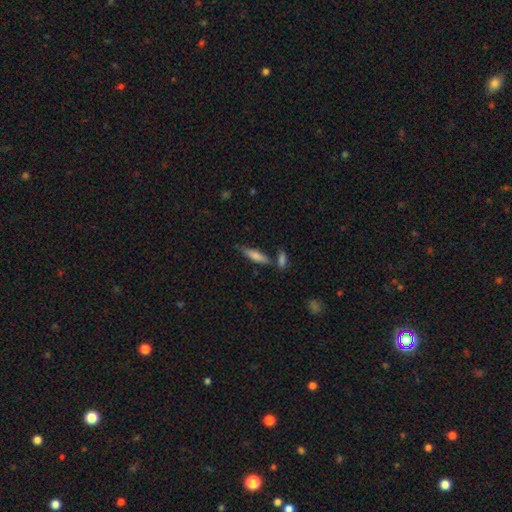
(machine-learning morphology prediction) Smooth or featured?
  - smooth: 59% *
  - featured or disk: 31%
  - star or artifact: 10%
How rounded?
  - cigar-shaped: 73% *
  - in between: 24%
  - round: 3%
Merging?
  - none: 70% *
  - minor disturbance: 14%
  - merger: 13%
  - major disturbance: 4%